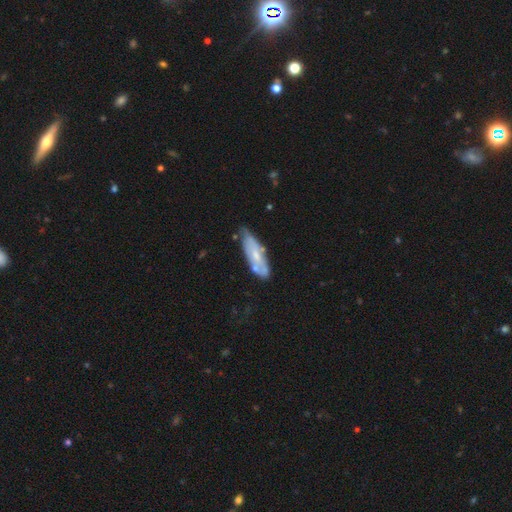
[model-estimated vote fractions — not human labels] Smooth or featured? featured or disk (52%)
Edge-on disk? no (76%)
Merging? none (53%)